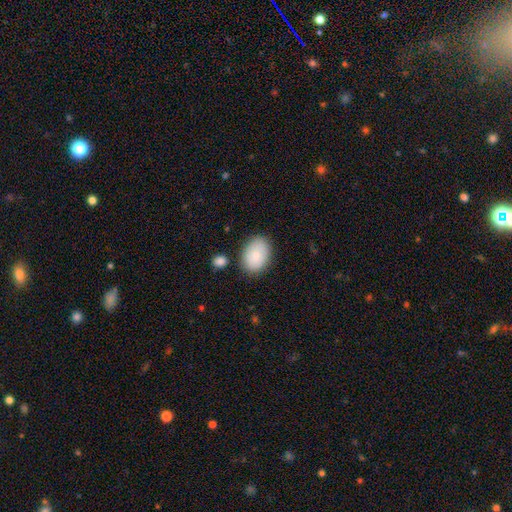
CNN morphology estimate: type=smooth (85%); roundness=in between (84%); merging=none (81%).